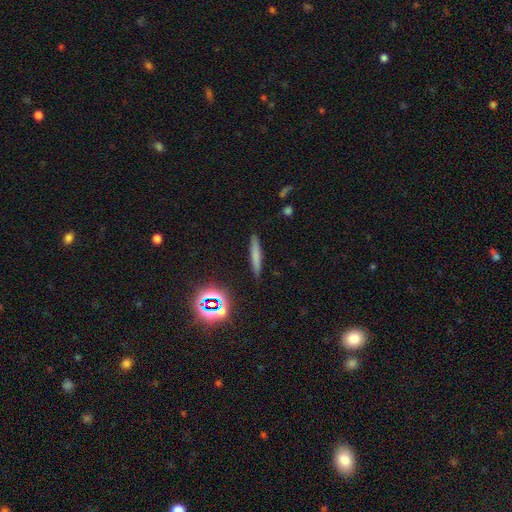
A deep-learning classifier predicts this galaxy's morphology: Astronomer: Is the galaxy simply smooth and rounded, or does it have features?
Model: smooth — 64%.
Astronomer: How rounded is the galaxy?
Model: cigar-shaped — 92%.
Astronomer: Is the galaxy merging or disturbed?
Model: none — 88%.